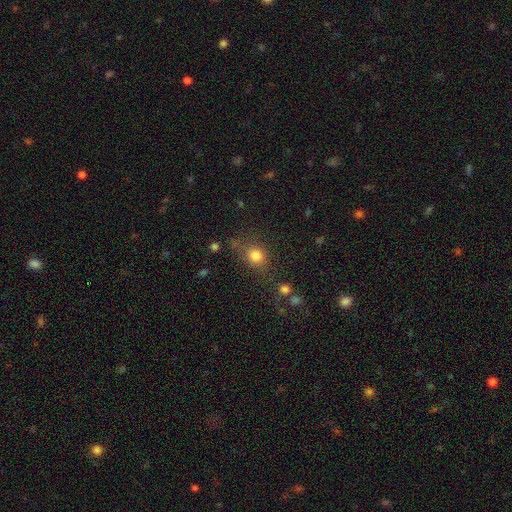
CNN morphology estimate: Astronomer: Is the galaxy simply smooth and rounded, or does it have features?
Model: smooth — 80%.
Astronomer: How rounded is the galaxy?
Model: round — 76%.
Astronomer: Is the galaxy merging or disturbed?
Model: none — 69%.